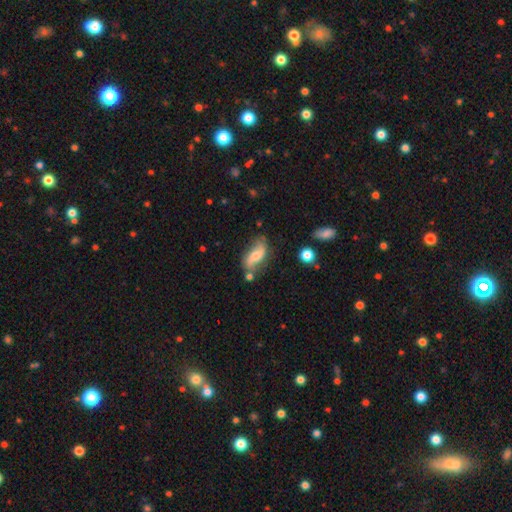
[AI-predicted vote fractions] smooth_or_featured: featured or disk (p=0.65) [alt: smooth p=0.27]
disk_edge_on: no (p=0.91) [alt: yes p=0.09]
bar: no (p=0.45) [alt: weak p=0.37]
has_spiral_arms: yes (p=0.89) [alt: no p=0.11]
spiral_winding: loose (p=0.76) [alt: medium p=0.17]
spiral_arm_count: 2 (p=0.89) [alt: can't tell p=0.05]
bulge_size: moderate (p=0.50) [alt: small p=0.39]
merging: none (p=0.64) [alt: minor disturbance p=0.21]